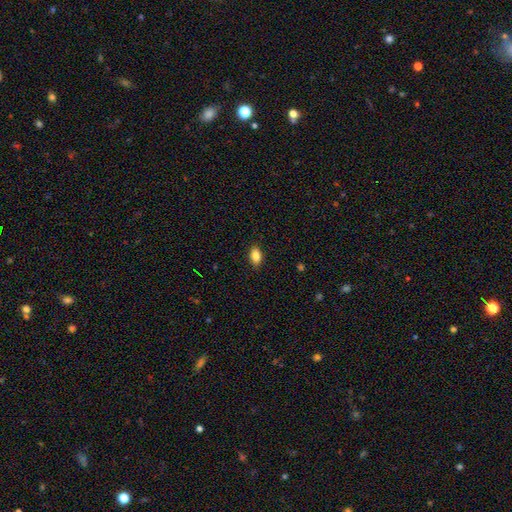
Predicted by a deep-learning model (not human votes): This appears to be a smooth galaxy with no disk features (86%) that is in between round and cigar-shaped (89%). Merging: none (88%).